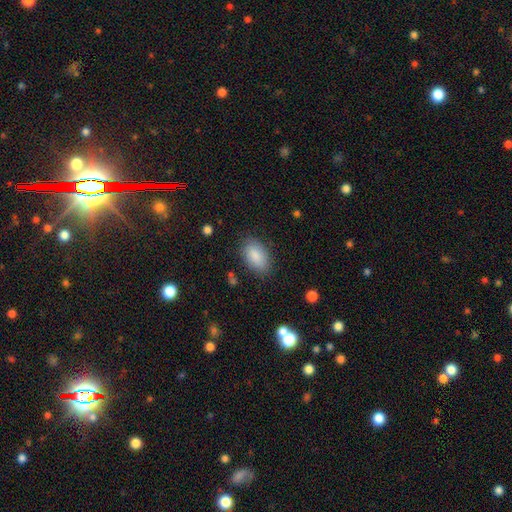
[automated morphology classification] Smooth or featured?
  - smooth: 87% *
  - star or artifact: 7%
  - featured or disk: 6%
How rounded?
  - in between: 92% *
  - round: 6%
  - cigar-shaped: 2%
Merging?
  - none: 83% *
  - minor disturbance: 12%
  - major disturbance: 4%
  - merger: 1%